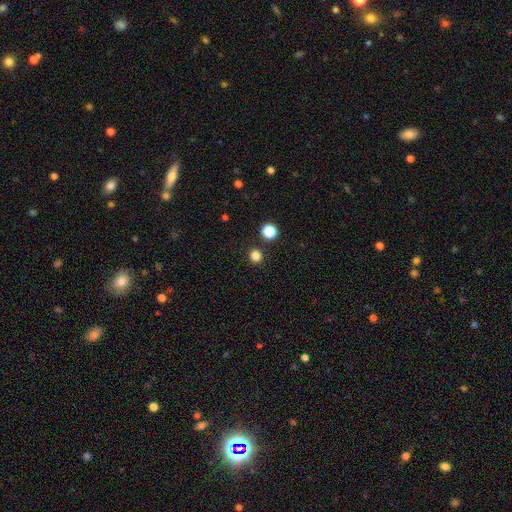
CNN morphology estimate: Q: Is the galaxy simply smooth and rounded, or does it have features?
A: smooth — 81%.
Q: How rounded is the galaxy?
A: round — 93%.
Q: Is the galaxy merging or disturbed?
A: none — 90%.